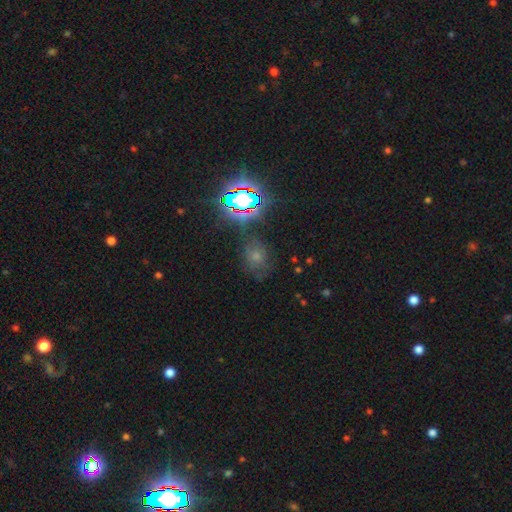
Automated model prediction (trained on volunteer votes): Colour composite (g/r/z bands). It shows a star or artifact, not a galaxy (70%).